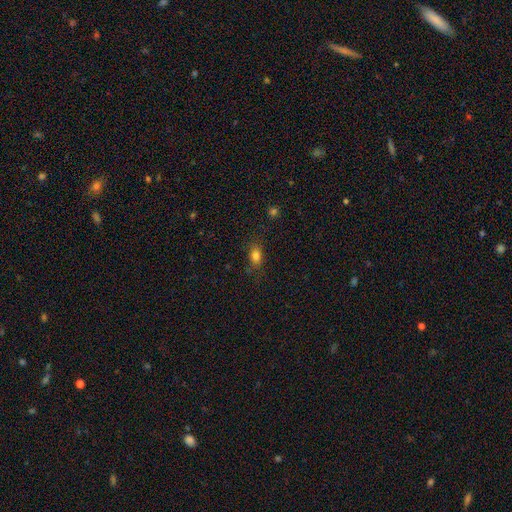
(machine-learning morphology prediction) type=smooth (81%); roundness=in between (75%); merging=none (74%).